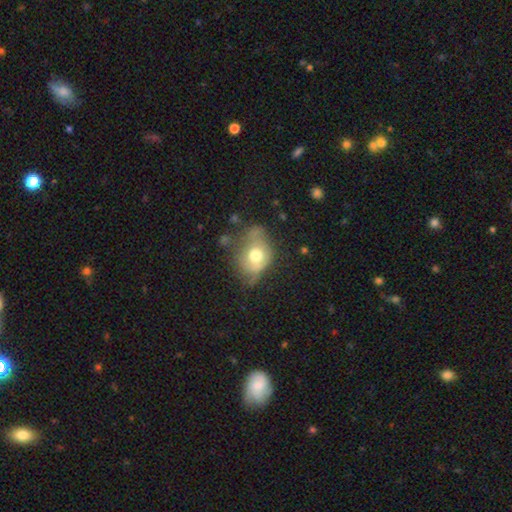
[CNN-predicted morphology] Overall: smooth (57%; featured or disk 33%). How rounded: in between (63%; round 36%). Merging: minor disturbance (33%; none 31%).